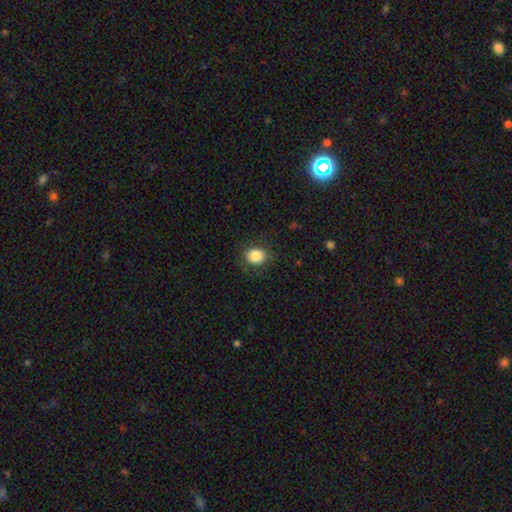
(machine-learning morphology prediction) Smooth or featured? Predicted: smooth (p=0.86). How rounded? Predicted: round (p=0.67). Merging? Predicted: none (p=0.85).